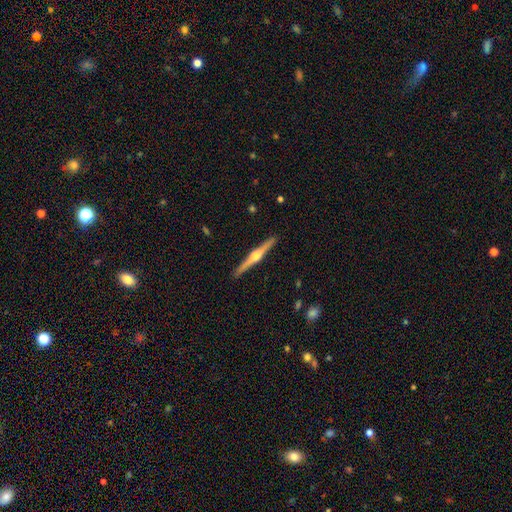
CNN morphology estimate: Smooth or featured: featured or disk — 81% (smooth — 14%)
Edge-on disk: yes — 99% (no — 1%)
Edge-on bulge: rounded — 95% (boxy — 3%)
Merging: none — 92% (minor disturbance — 6%)